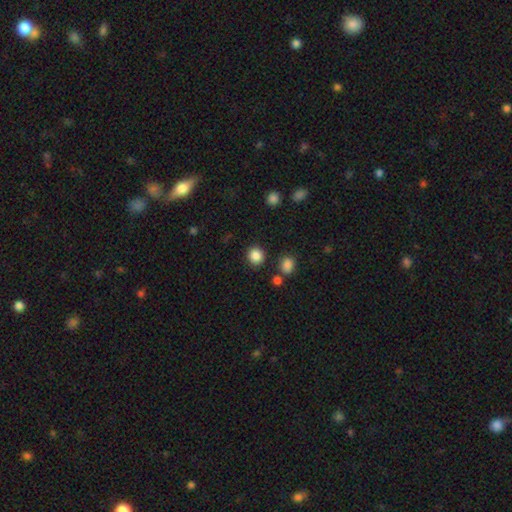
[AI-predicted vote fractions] The model was most divided on "smooth or featured": smooth: 86%, star or artifact: 10%, featured or disk: 4%. More confident: how rounded — round (88%); merging — none (87%).